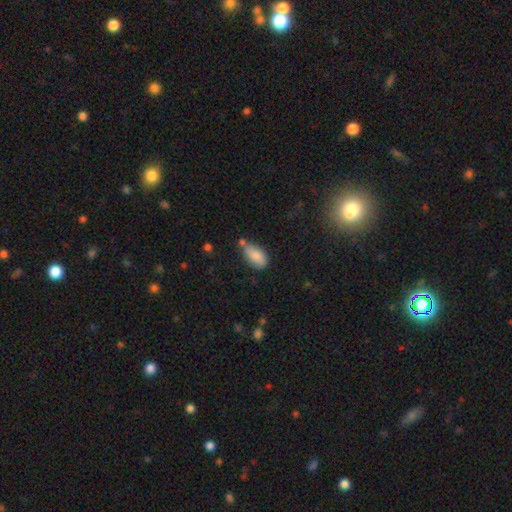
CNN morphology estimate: The model was most divided on "merging": none: 50%, minor disturbance: 29%, merger: 15%, major disturbance: 7%. More confident: how rounded — in between (90%); smooth or featured — smooth (83%).